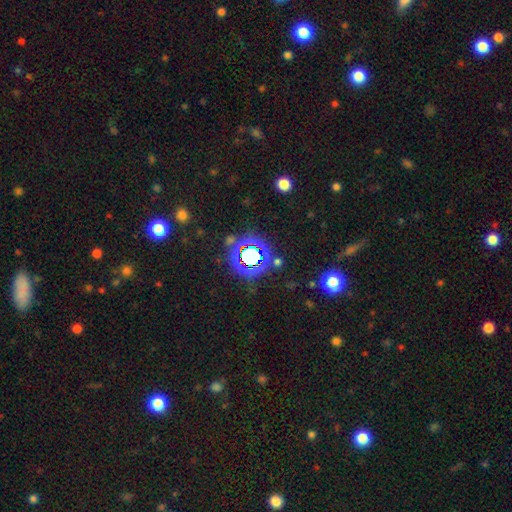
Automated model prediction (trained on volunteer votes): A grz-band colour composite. It shows a star or artifact, not a galaxy (72%).